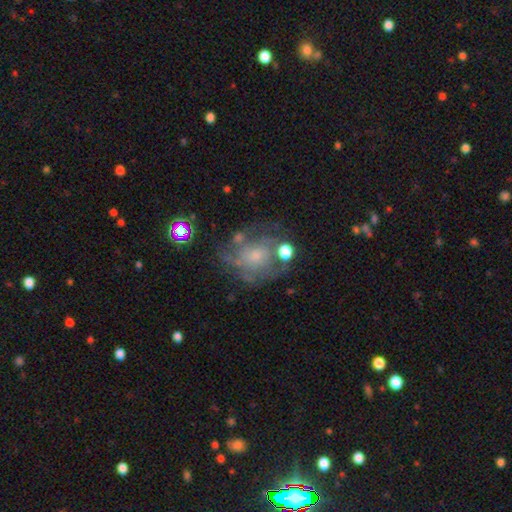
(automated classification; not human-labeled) This is likely a featured or disk galaxy (61%). It is clearly not viewed edge-on (98%). Bar: clearly no (82%). Spiral arm pattern: likely yes (61%). Central bulge: possibly small (47%). Merging: possibly none (54%).